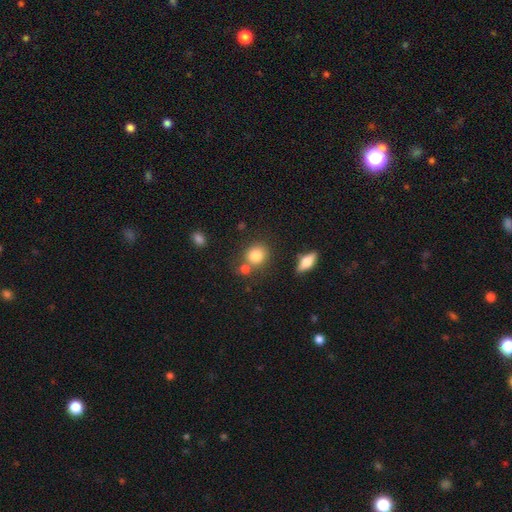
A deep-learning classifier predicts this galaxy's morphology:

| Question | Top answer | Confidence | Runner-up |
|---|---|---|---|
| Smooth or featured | smooth | 82% | star or artifact (10%) |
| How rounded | round | 73% | in between (25%) |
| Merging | none | 65% | merger (20%) |